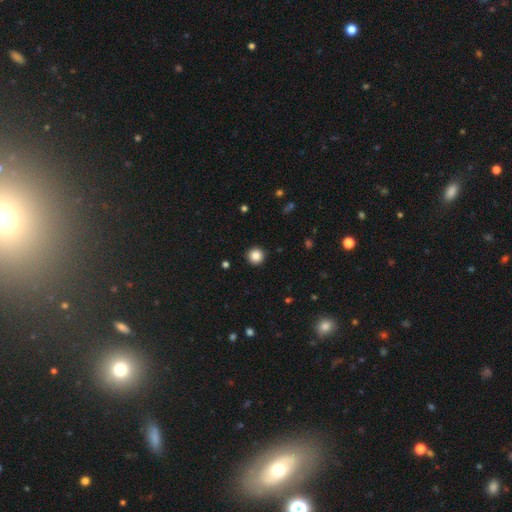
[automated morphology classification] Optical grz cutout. It shows a smooth galaxy with no disk features (86%) that is round (96%). Merging: none (93%).